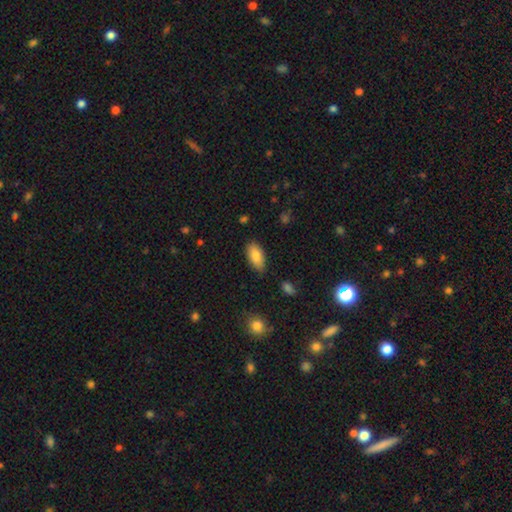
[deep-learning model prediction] Q: Smooth or featured?
A: smooth (85%); runner-up: featured or disk (8%)
Q: How rounded?
A: in between (90%); runner-up: cigar-shaped (8%)
Q: Merging?
A: none (82%); runner-up: minor disturbance (14%)